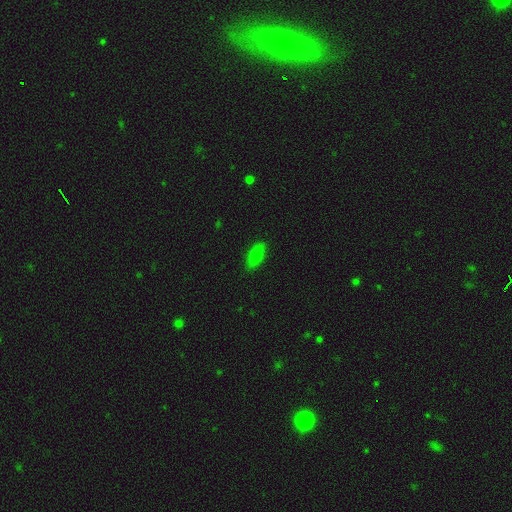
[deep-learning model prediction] Smooth or featured?
  - smooth: 75% *
  - featured or disk: 15%
  - star or artifact: 9%
How rounded?
  - in between: 79% *
  - cigar-shaped: 17%
  - round: 4%
Merging?
  - none: 87% *
  - minor disturbance: 10%
  - major disturbance: 2%
  - merger: 1%